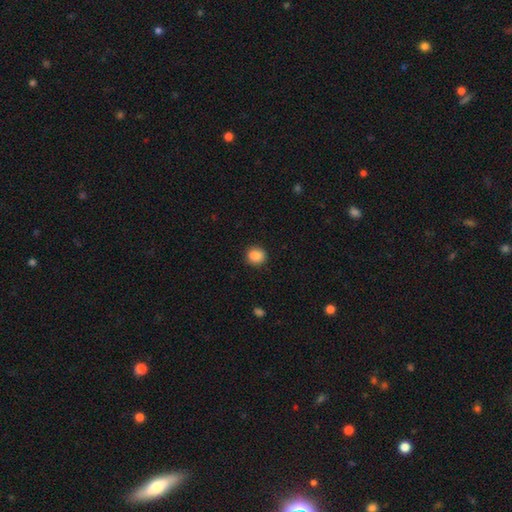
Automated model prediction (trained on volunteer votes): Smooth or featured?
  - smooth: 88% *
  - star or artifact: 9%
  - featured or disk: 4%
How rounded?
  - round: 75% *
  - in between: 24%
  - cigar-shaped: 1%
Merging?
  - none: 87% *
  - minor disturbance: 10%
  - major disturbance: 2%
  - merger: 1%